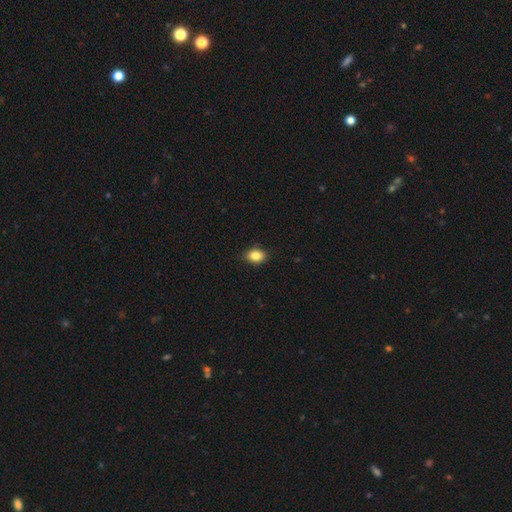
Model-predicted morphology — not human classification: Smooth or featured? smooth (85%)
How rounded? in between (67%)
Merging? none (87%)